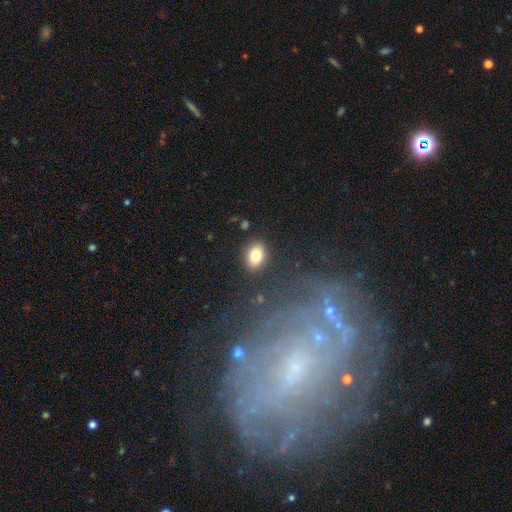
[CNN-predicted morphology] This appears to be a smooth galaxy with no disk features (81%) that is in between round and cigar-shaped (72%). Merging: none (86%).